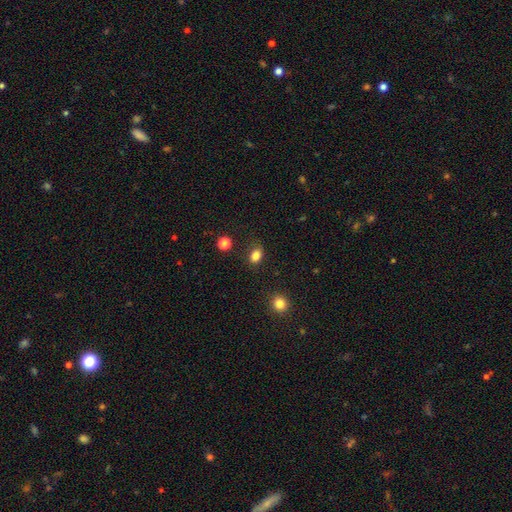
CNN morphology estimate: Smooth or featured?
  - smooth: 84% *
  - star or artifact: 11%
  - featured or disk: 5%
How rounded?
  - in between: 67% *
  - round: 31%
  - cigar-shaped: 1%
Merging?
  - none: 81% *
  - minor disturbance: 13%
  - major disturbance: 3%
  - merger: 2%